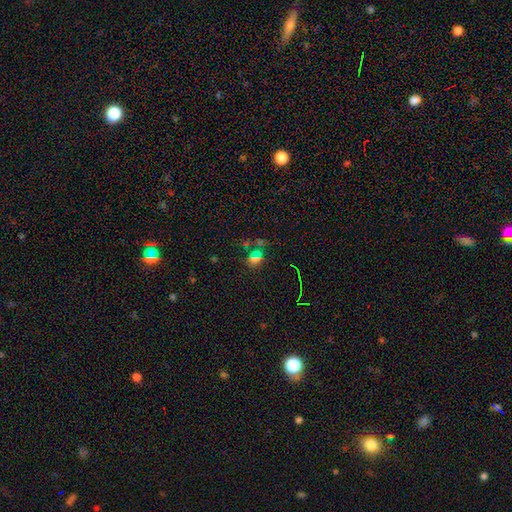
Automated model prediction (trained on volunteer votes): smooth-or-featured: star or artifact: 48% | smooth: 41% | featured or disk: 11%